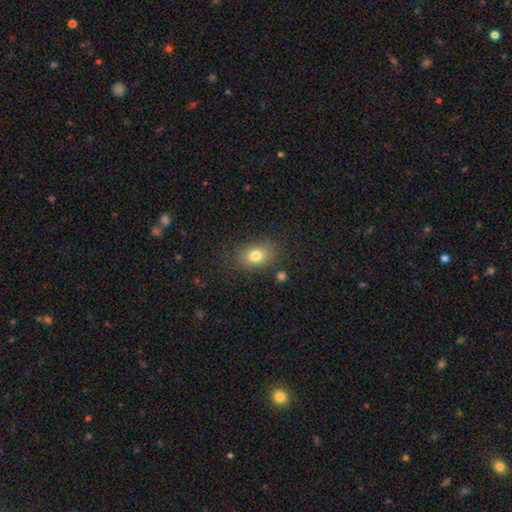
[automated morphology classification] smooth 79%, star or artifact 11%, featured or disk 10%. Down the decision tree: how rounded — in between (69%); merging — none (77%).